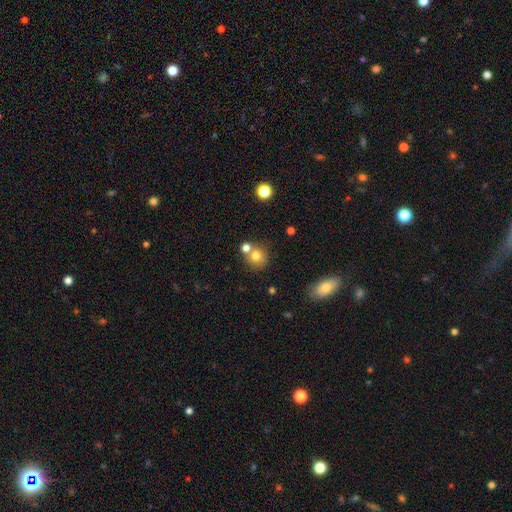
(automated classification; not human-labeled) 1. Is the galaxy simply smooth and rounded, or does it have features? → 75% smooth, 13% star or artifact, 11% featured or disk.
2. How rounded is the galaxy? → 87% round, 12% in between, 1% cigar-shaped.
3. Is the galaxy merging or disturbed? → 60% none, 28% merger, 9% minor disturbance, 3% major disturbance.